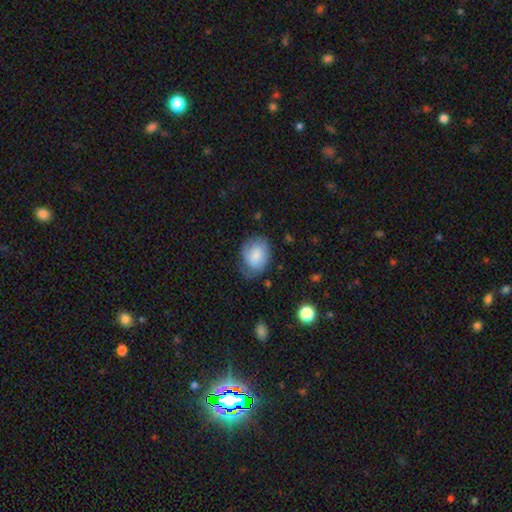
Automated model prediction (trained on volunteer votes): Q: Smooth or featured?
A: smooth (72%); runner-up: featured or disk (21%)
Q: How rounded?
A: in between (62%); runner-up: round (37%)
Q: Merging?
A: none (50%); runner-up: minor disturbance (33%)